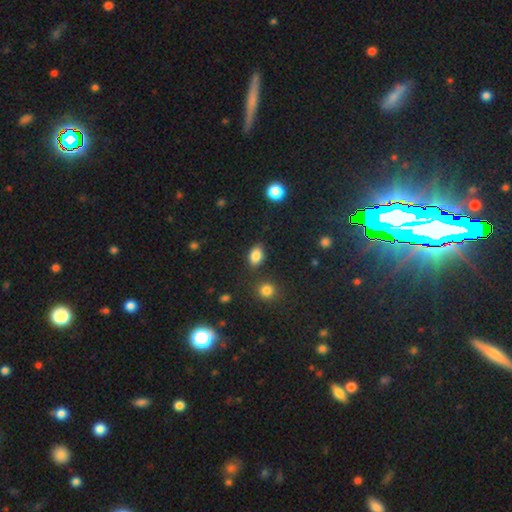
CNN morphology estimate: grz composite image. It shows a smooth galaxy with no disk features (85%) that is in between round and cigar-shaped (82%). Merging: none (81%).